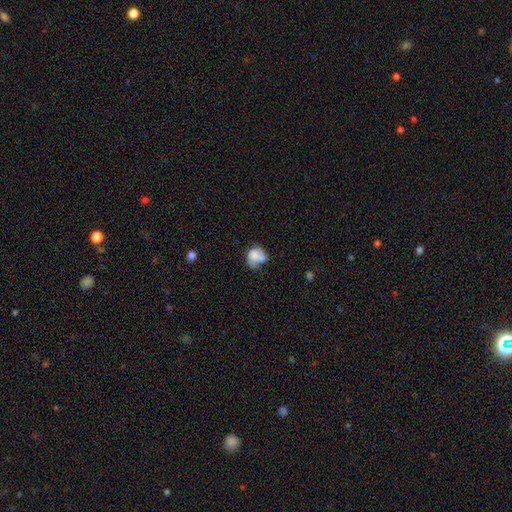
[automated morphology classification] A smooth galaxy with no disk features (68%) that is round (54%). Merging: merger (42%).